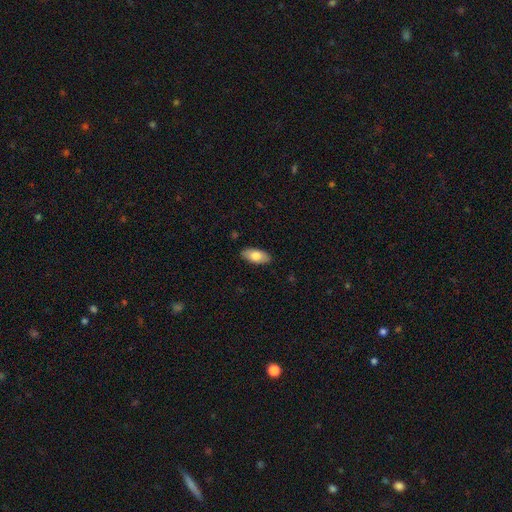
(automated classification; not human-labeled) Overall: smooth (77%). How rounded: in between (92%). Merging: none (88%).